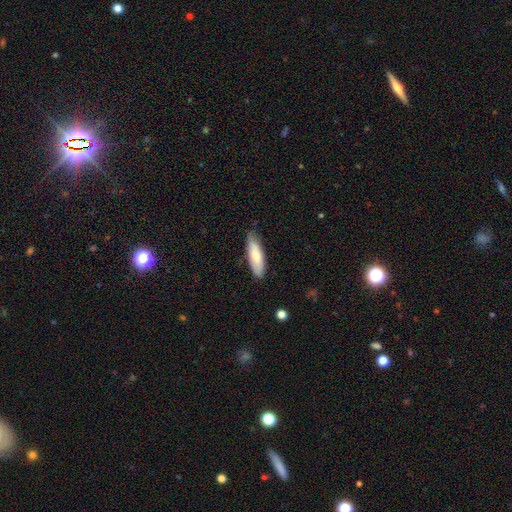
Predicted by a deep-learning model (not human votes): A smooth galaxy with no disk features (75%) that is in between round and cigar-shaped (49%, tied with cigar-shaped). Merging: none (79%).